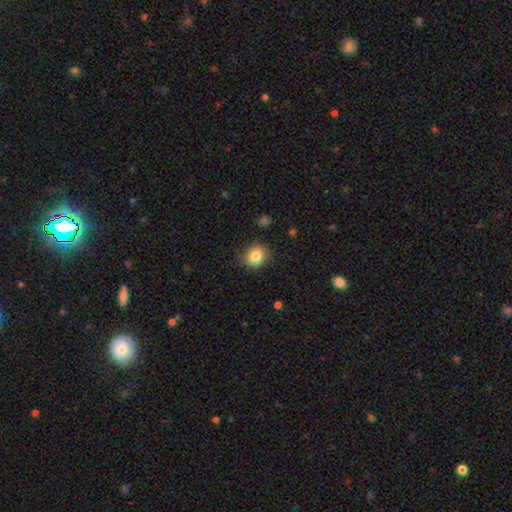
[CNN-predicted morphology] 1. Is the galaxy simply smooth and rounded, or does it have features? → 83% smooth, 10% star or artifact, 7% featured or disk.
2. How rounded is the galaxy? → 63% round, 36% in between, 1% cigar-shaped.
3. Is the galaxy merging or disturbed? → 84% none, 12% minor disturbance, 3% major disturbance, 1% merger.